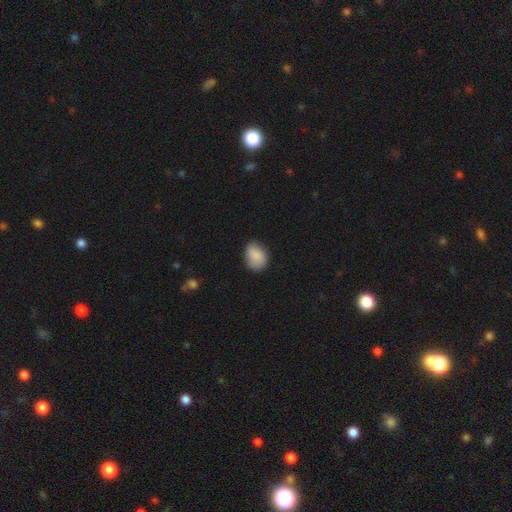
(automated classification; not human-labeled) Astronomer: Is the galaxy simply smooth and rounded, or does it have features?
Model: smooth — 87%.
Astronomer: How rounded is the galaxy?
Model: in between — 75%.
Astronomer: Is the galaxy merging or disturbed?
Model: none — 75%.